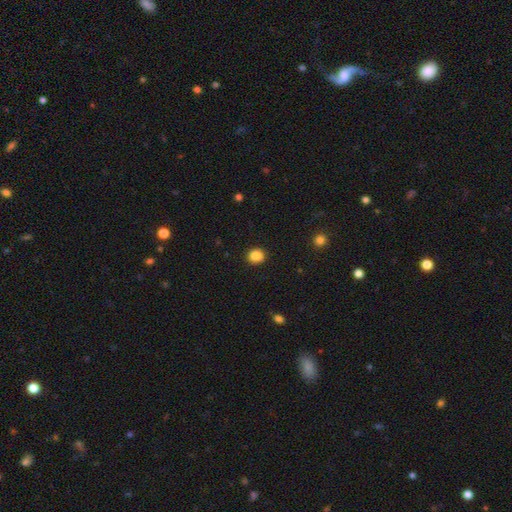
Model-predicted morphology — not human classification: smooth 85%, star or artifact 10%, featured or disk 4%. Down the decision tree: how rounded — round (76%); merging — none (85%).